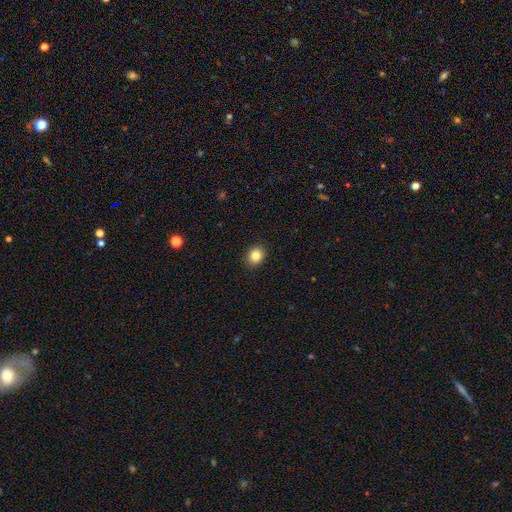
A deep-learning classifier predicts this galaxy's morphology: This appears to be a smooth galaxy with no disk features (84%) that is round (57%). Merging: none (90%).